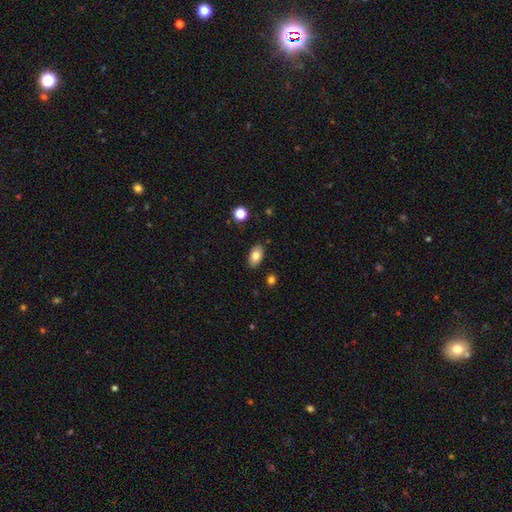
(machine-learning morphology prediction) The model was most divided on "smooth or featured": smooth: 81%, featured or disk: 11%, star or artifact: 8%. More confident: how rounded — in between (92%); merging — none (87%).